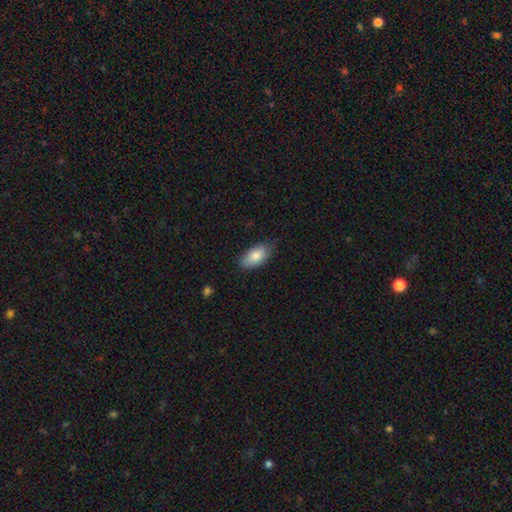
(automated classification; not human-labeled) The model was most divided on "merging": none: 77%, minor disturbance: 19%, major disturbance: 3%, merger: 1%. More confident: how rounded — in between (92%); smooth or featured — smooth (83%).